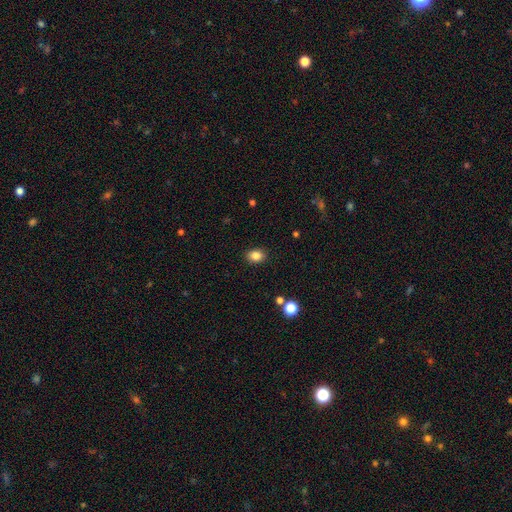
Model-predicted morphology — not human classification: type=smooth (85%); roundness=in between (66%); merging=none (88%).